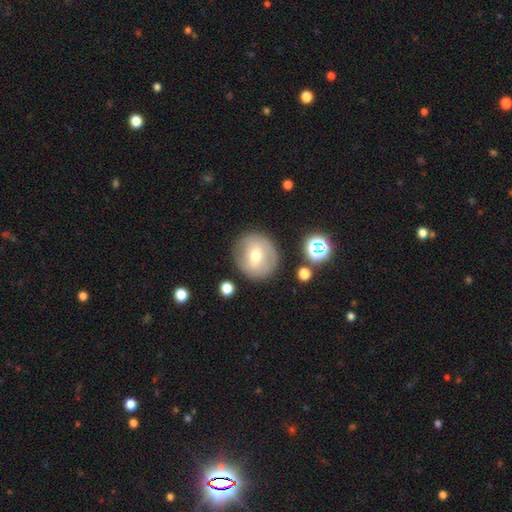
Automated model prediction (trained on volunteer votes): Morphology: type=smooth (53%); roundness=round (90%); merging=none (83%).